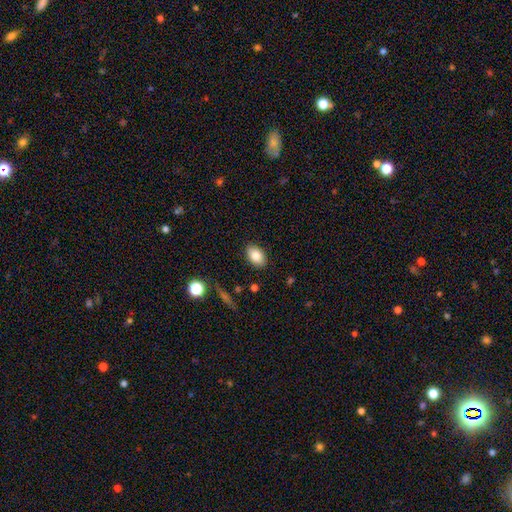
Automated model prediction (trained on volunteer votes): Overall: smooth (82%). How rounded: in between (89%). Merging: none (87%).